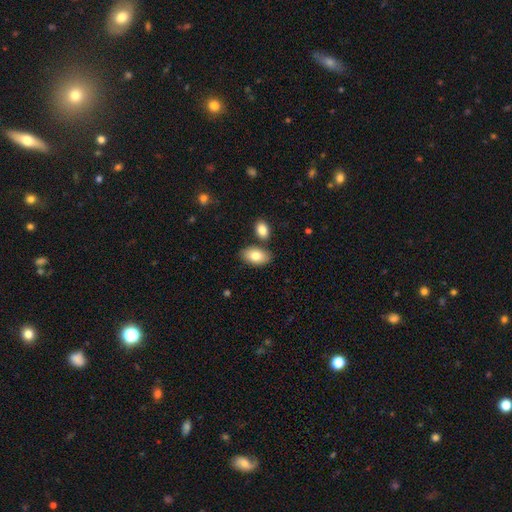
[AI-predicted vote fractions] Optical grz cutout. It shows a smooth galaxy with no disk features (80%) that is in between round and cigar-shaped (93%). Merging: none (75%).